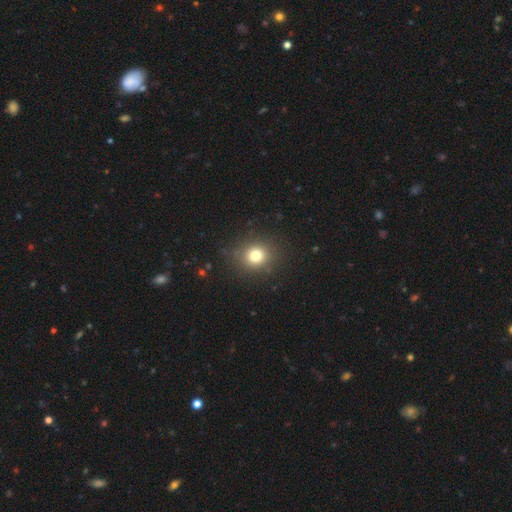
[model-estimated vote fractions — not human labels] A smooth galaxy with no disk features (77%) that is round (79%).

Vote fractions:
- Smooth or featured? smooth: 77% / star or artifact: 15% / featured or disk: 8%
- How rounded? round: 79% / in between: 20% / cigar-shaped: 1%
- Merging? none: 86% / minor disturbance: 9% / major disturbance: 4% / merger: 1%